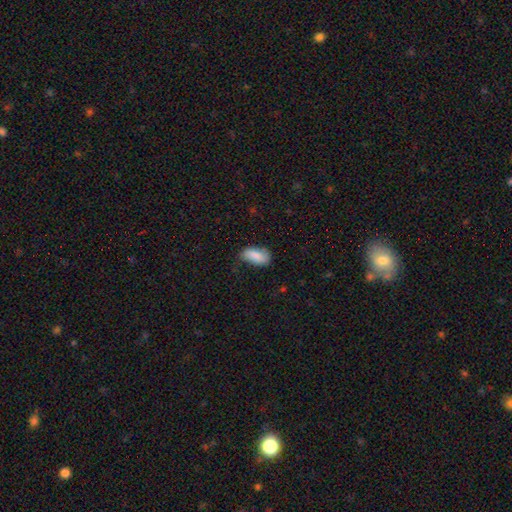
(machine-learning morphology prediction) The model was most divided on "merging": none: 57%, minor disturbance: 32%, major disturbance: 9%, merger: 2%. More confident: how rounded — in between (93%); smooth or featured — smooth (80%).